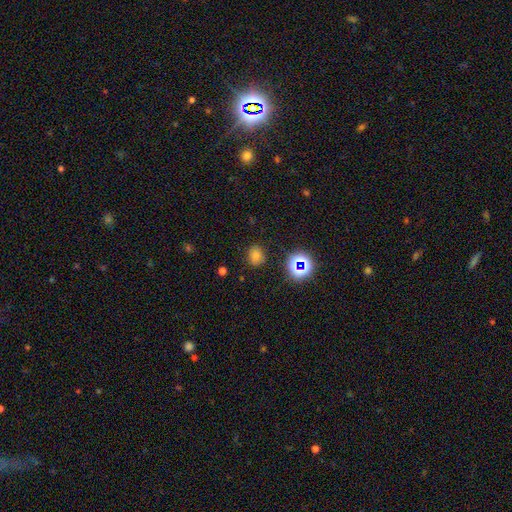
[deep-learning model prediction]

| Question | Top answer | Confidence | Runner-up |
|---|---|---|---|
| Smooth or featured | smooth | 70% | star or artifact (22%) |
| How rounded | round | 66% | in between (33%) |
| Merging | none | 84% | minor disturbance (10%) |